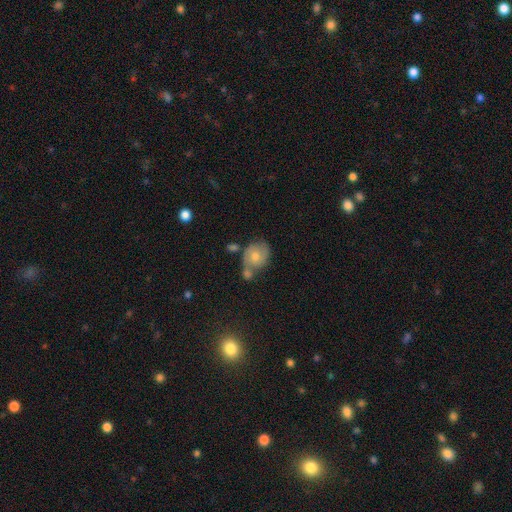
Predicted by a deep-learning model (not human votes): Overall: smooth (45%; featured or disk 43%). Merging: none (49%; merger 26%).